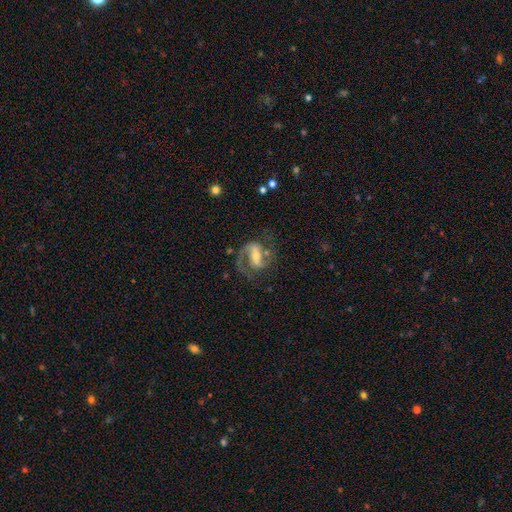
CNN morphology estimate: featured or disk 87%, smooth 8%, star or artifact 6%. Down the decision tree: edge-on disk — no (97%); bar — strong (51%); spiral arms — yes (95%); spiral arm count — 2 (81%); spiral winding — medium (57%); bulge size — moderate (46%); merging — none (64%).